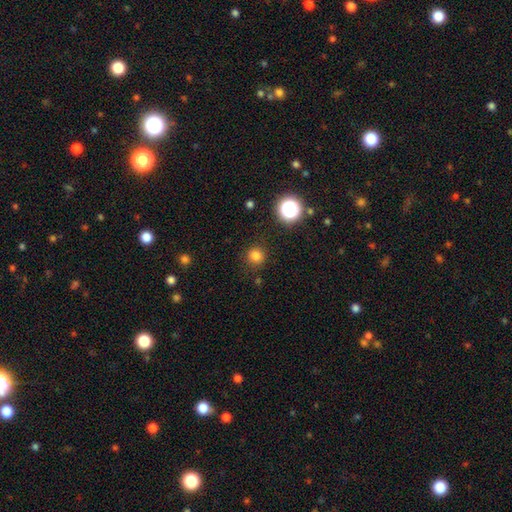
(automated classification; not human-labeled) Q: Smooth or featured?
A: smooth (79%); runner-up: star or artifact (16%)
Q: How rounded?
A: round (93%); runner-up: in between (6%)
Q: Merging?
A: none (89%); runner-up: minor disturbance (7%)